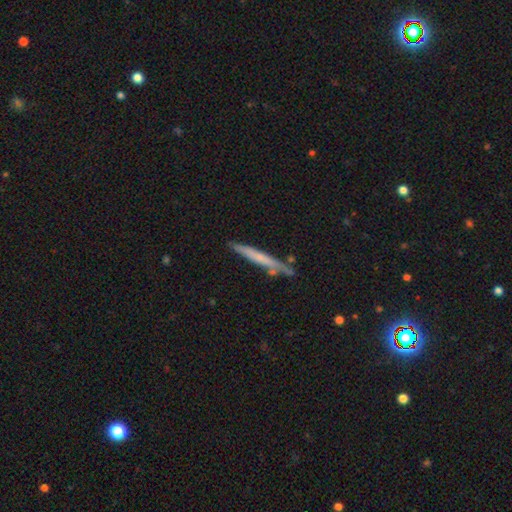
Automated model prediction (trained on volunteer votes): Smooth or featured? Predicted: smooth (p=0.51). How rounded? Predicted: cigar-shaped (p=0.96). Merging? Predicted: none (p=0.78).